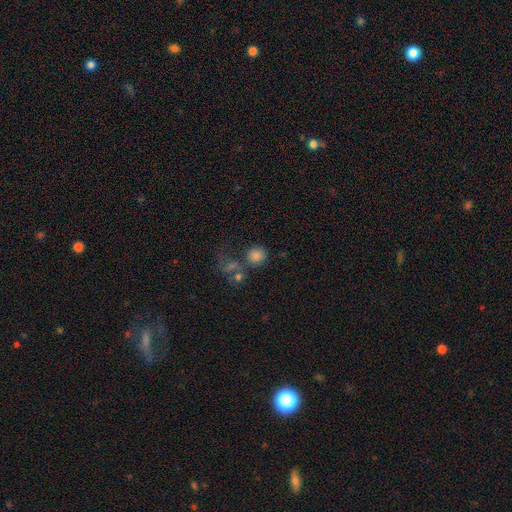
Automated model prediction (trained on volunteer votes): Smooth or featured?
  - smooth: 81% *
  - star or artifact: 13%
  - featured or disk: 7%
How rounded?
  - round: 87% *
  - in between: 12%
  - cigar-shaped: 1%
Merging?
  - none: 63% *
  - merger: 19%
  - minor disturbance: 11%
  - major disturbance: 7%